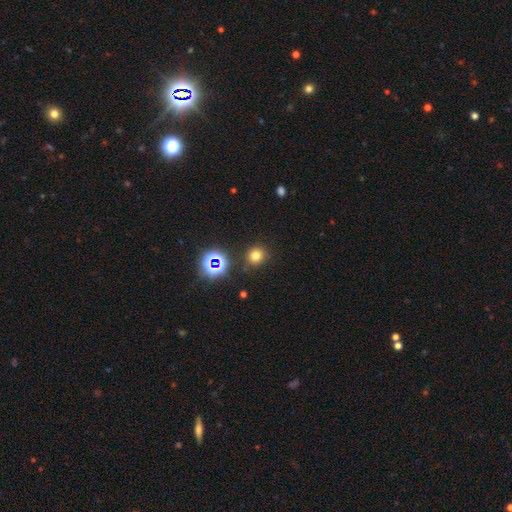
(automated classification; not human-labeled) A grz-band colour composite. It shows a smooth galaxy with no disk features (71%) that is round (87%). Merging: none (85%).